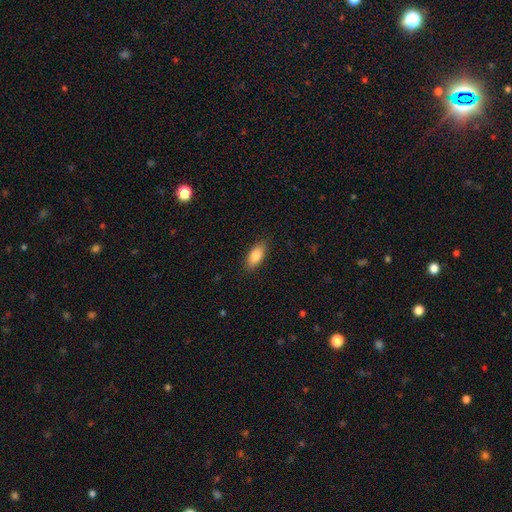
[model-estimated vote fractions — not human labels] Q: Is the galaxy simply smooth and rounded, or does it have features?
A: smooth — 83%.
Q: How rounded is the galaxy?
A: in between — 86%.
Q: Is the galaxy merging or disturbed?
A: none — 87%.